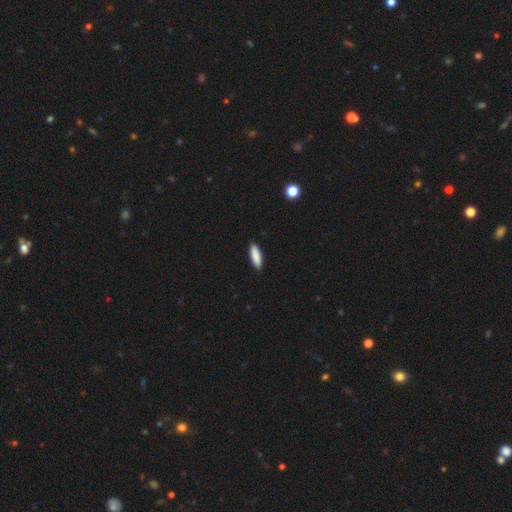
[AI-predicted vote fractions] This appears to be a smooth galaxy with no disk features (89%) that is cigar-shaped (55%). Merging: none (90%).